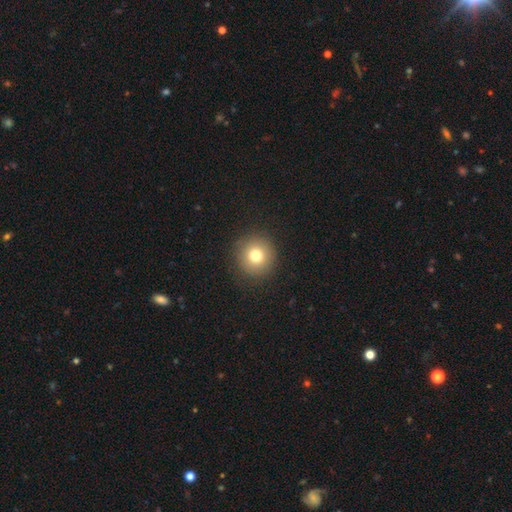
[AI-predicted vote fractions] Smooth or featured? Predicted: smooth (p=0.77). How rounded? Predicted: round (p=0.94). Merging? Predicted: none (p=0.90).